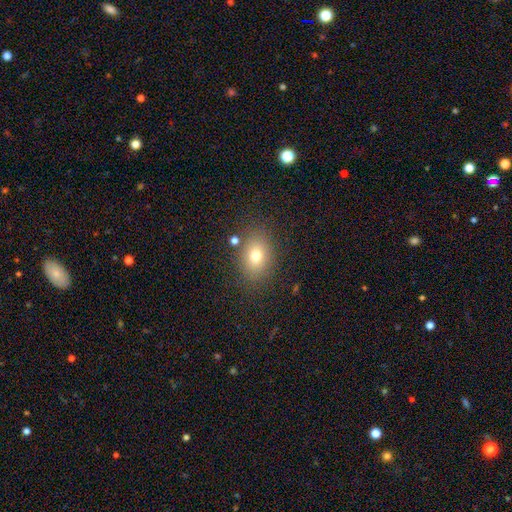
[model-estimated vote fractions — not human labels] A smooth galaxy with no disk features (74%) that is in between round and cigar-shaped (71%). Merging: none (82%).